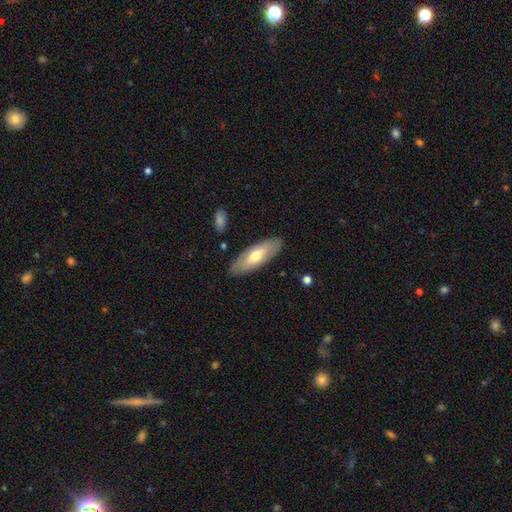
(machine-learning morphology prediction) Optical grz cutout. It shows a smooth galaxy with no disk features (50%). Merging: none (86%).